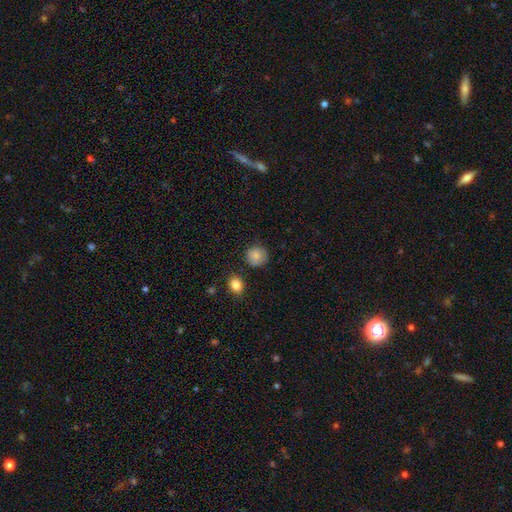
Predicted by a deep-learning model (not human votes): smooth_or_featured: smooth (p=0.85) [alt: star or artifact p=0.09]
how_rounded: round (p=0.90) [alt: in between p=0.09]
merging: none (p=0.81) [alt: minor disturbance p=0.13]